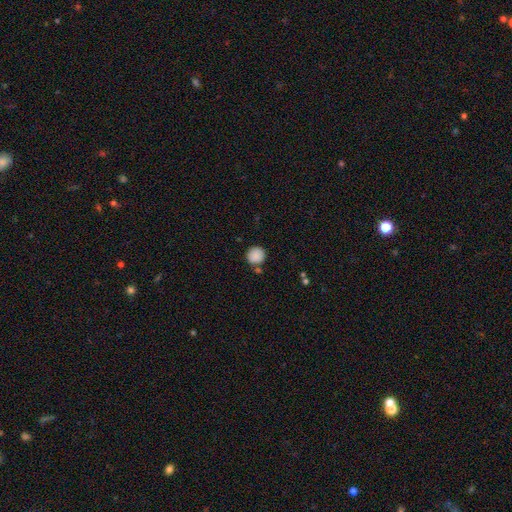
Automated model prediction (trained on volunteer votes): Smooth or featured: smooth — 88% (star or artifact — 8%)
How rounded: round — 93% (in between — 6%)
Merging: none — 80% (minor disturbance — 10%)